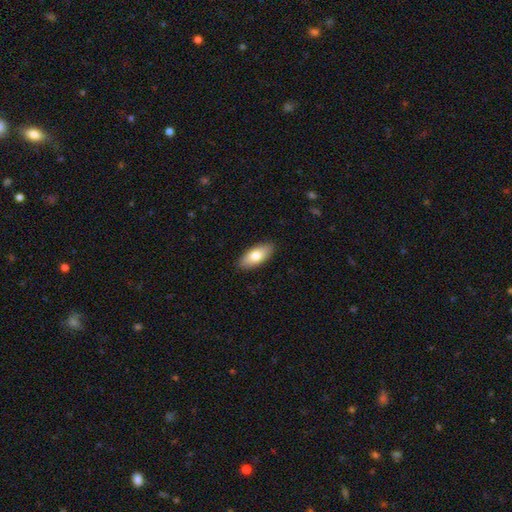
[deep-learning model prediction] smooth_or_featured: smooth (p=0.78) [alt: featured or disk p=0.16]
how_rounded: in between (p=0.87) [alt: cigar-shaped p=0.10]
merging: none (p=0.89) [alt: minor disturbance p=0.08]